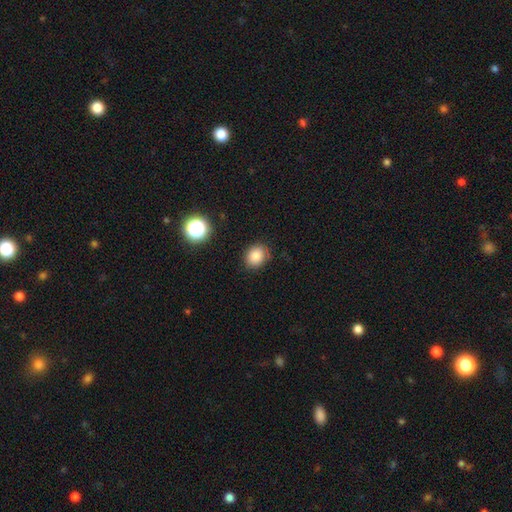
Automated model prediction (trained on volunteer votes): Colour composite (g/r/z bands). It shows a smooth galaxy with no disk features (83%) that is round (64%). Merging: none (84%).